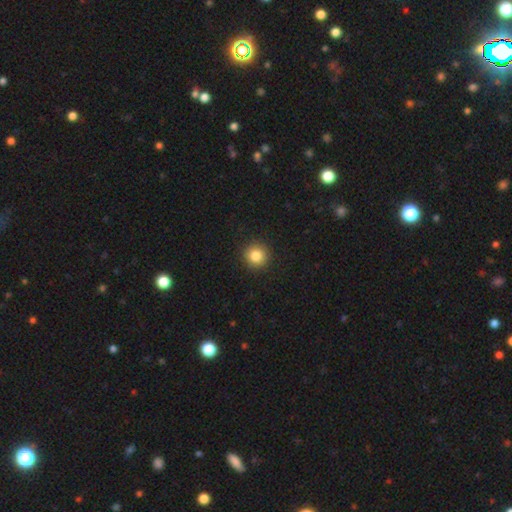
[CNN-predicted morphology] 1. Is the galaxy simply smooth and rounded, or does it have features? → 84% smooth, 11% star or artifact, 5% featured or disk.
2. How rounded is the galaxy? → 95% round, 5% in between, 1% cigar-shaped.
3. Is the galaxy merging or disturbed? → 93% none, 5% minor disturbance, 2% major disturbance, 1% merger.